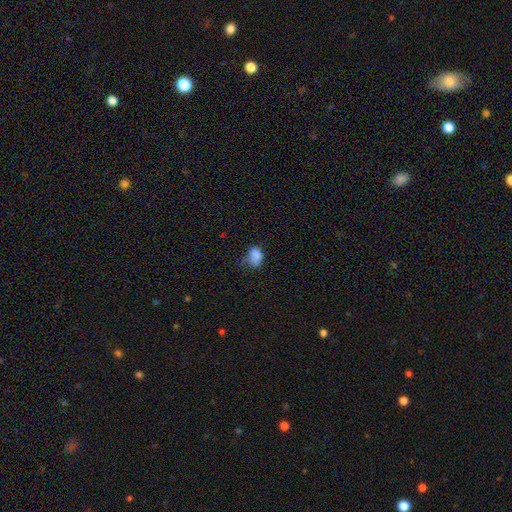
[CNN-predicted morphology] Overall: smooth (81%). How rounded: in between (69%; round 30%). Merging: minor disturbance (39%; none 34%).